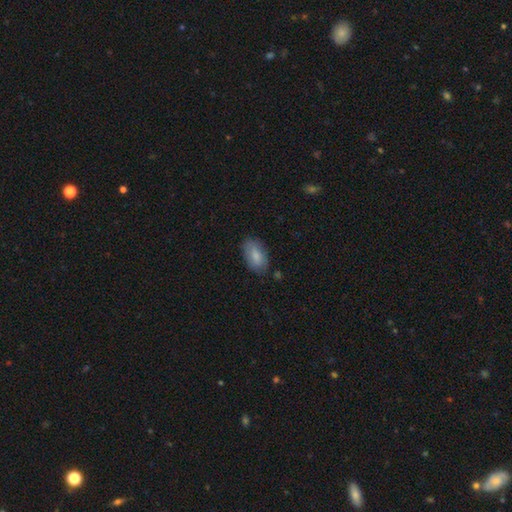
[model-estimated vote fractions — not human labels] Overall: smooth (81%). How rounded: in between (93%). Merging: none (76%).